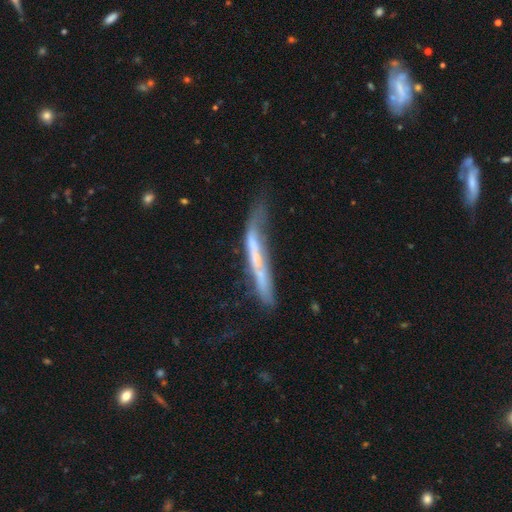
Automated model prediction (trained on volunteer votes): featured or disk 57%, smooth 36%, star or artifact 7%. Down the decision tree: edge-on disk — yes (75%); merging — none (42%).